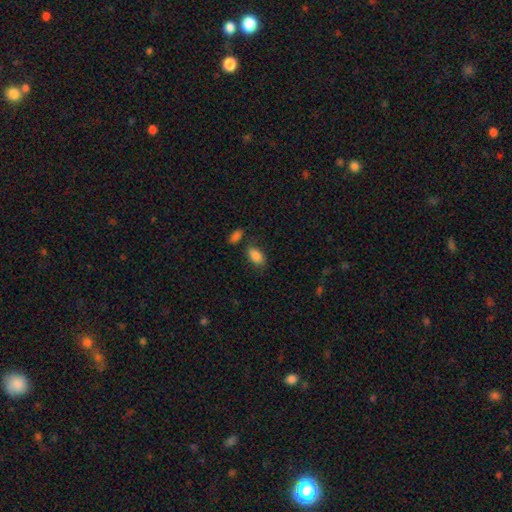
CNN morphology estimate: Smooth or featured? Predicted: smooth (p=0.87). How rounded? Predicted: in between (p=0.92). Merging? Predicted: none (p=0.69).